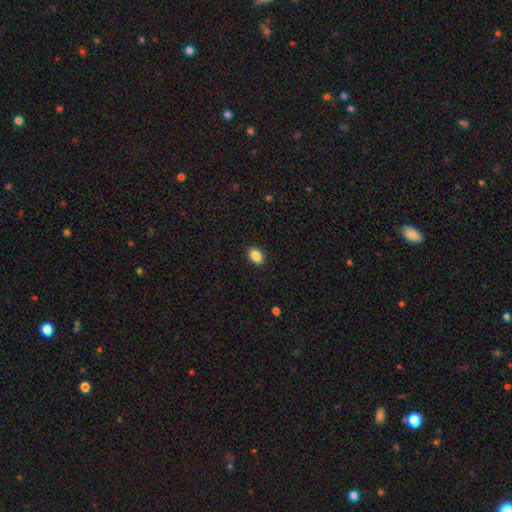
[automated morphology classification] Smooth or featured? Predicted: smooth (p=0.88). How rounded? Predicted: in between (p=0.78). Merging? Predicted: none (p=0.90).